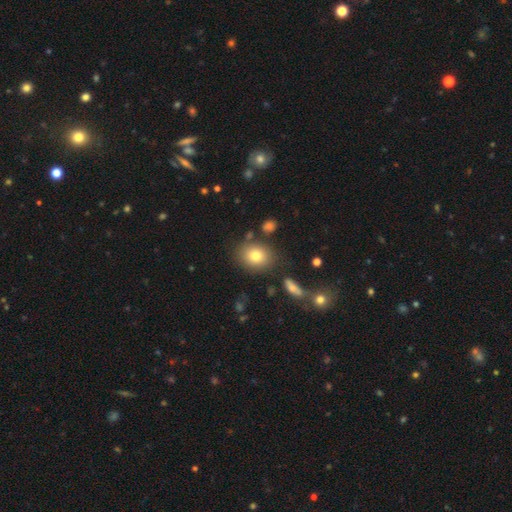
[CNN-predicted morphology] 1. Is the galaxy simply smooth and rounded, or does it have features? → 79% smooth, 11% featured or disk, 10% star or artifact.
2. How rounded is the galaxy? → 53% round, 46% in between, 1% cigar-shaped.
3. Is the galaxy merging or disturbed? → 79% none, 11% minor disturbance, 6% merger, 4% major disturbance.